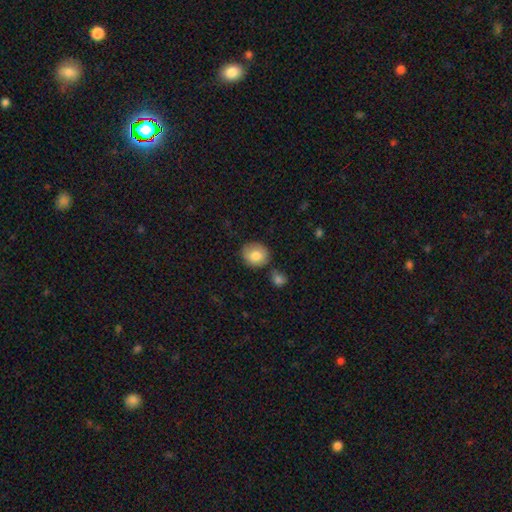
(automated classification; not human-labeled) Morphology: type=smooth (81%); roundness=round (76%); merging=none (78%).